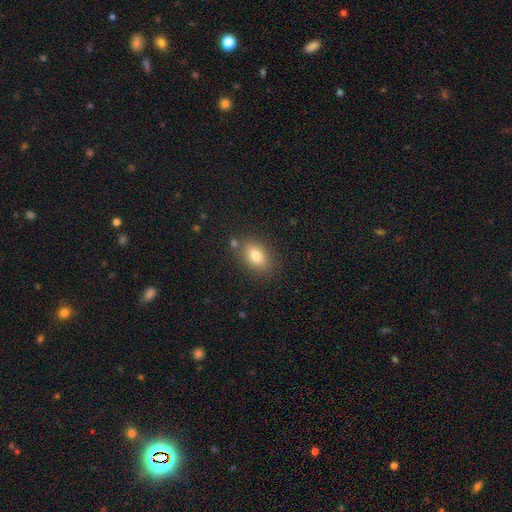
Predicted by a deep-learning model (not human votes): Morphology: type=smooth (79%); roundness=in between (79%); merging=none (79%).